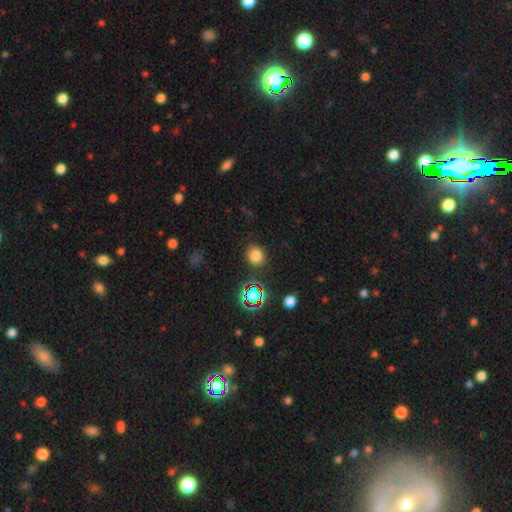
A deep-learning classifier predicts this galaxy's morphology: smooth-or-featured: smooth: 76% | star or artifact: 18% | featured or disk: 6%
  how-rounded: round: 76% | in between: 22% | cigar-shaped: 1%
  merging: none: 85% | minor disturbance: 9% | major disturbance: 3% | merger: 3%